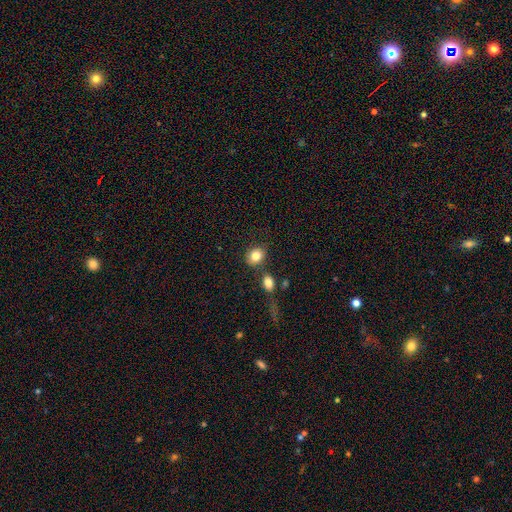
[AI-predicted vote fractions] Smooth or featured: smooth — 83% (star or artifact — 9%)
How rounded: round — 57% (in between — 42%)
Merging: none — 73% (merger — 12%)